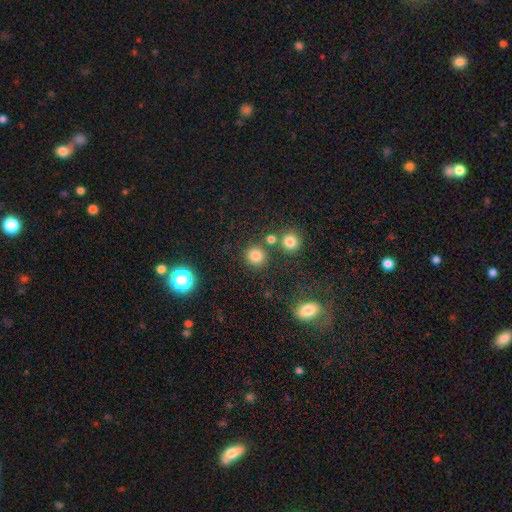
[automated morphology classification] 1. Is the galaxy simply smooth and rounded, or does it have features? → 80% smooth, 15% star or artifact, 5% featured or disk.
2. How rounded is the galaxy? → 91% round, 8% in between, 1% cigar-shaped.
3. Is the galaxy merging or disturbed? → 81% none, 8% merger, 7% minor disturbance, 3% major disturbance.